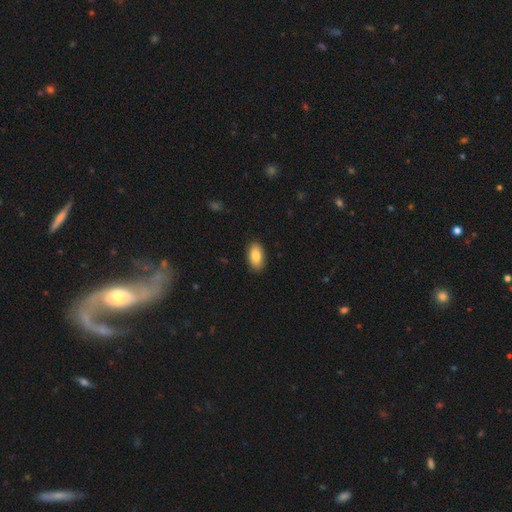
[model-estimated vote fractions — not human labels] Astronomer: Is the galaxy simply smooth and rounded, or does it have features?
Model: smooth — 85%.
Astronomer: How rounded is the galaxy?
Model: in between — 93%.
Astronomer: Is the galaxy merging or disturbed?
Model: none — 87%.